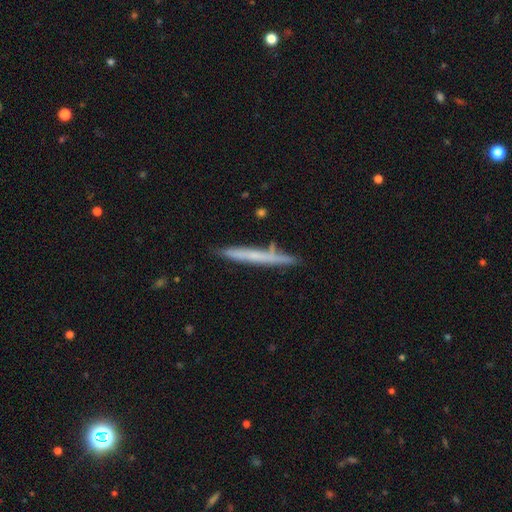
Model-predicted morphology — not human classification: Smooth or featured?
  - smooth: 47% *
  - featured or disk: 46%
  - star or artifact: 7%
Merging?
  - none: 85% *
  - minor disturbance: 11%
  - merger: 2%
  - major disturbance: 2%